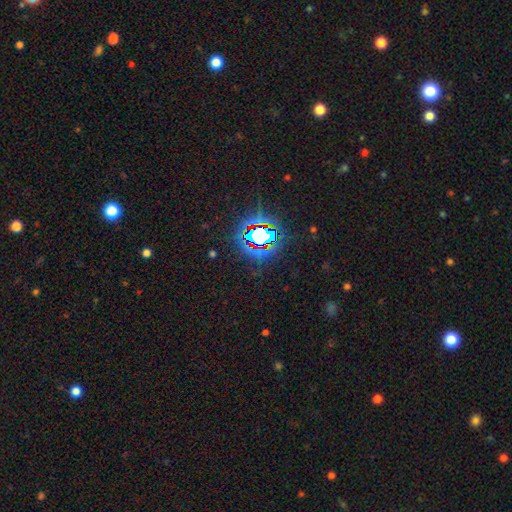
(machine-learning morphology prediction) smooth_or_featured: star or artifact (p=0.83) [alt: smooth p=0.10]